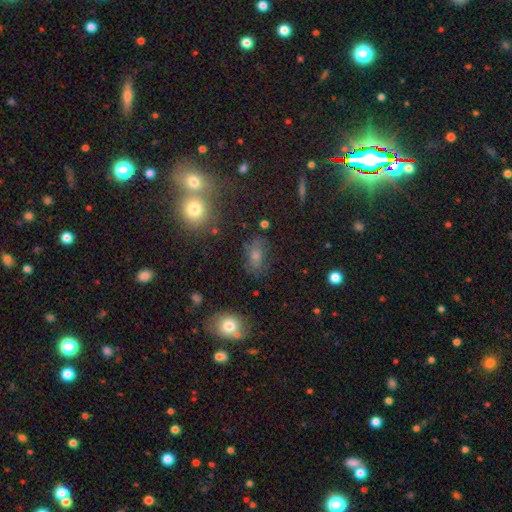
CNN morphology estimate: smooth 52%, star or artifact 26%, featured or disk 22%. Down the decision tree: how rounded — in between (74%); merging — none (65%).